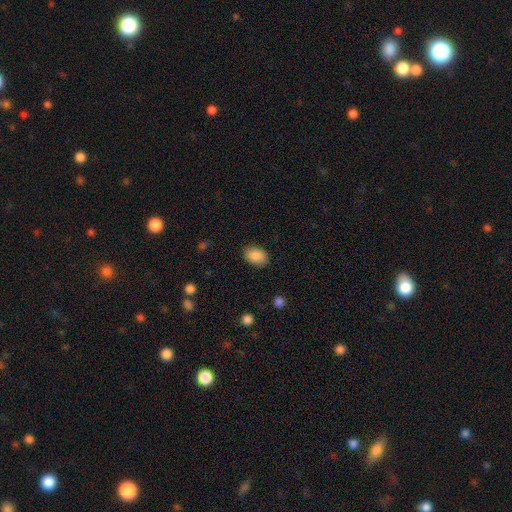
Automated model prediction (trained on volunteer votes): A smooth galaxy with no disk features (89%) that is in between round and cigar-shaped (82%).

Vote fractions:
- Smooth or featured? smooth: 89% / star or artifact: 7% / featured or disk: 4%
- How rounded? in between: 82% / round: 17% / cigar-shaped: 1%
- Merging? none: 86% / minor disturbance: 10% / major disturbance: 3% / merger: 1%